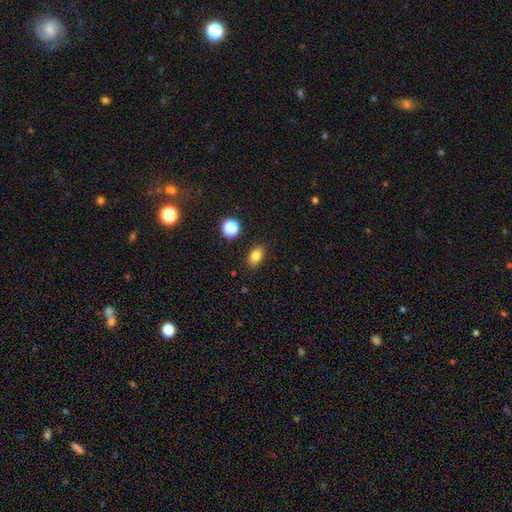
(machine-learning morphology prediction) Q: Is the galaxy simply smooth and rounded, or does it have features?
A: smooth — 82%.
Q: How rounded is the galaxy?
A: in between — 79%.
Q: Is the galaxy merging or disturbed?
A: none — 87%.